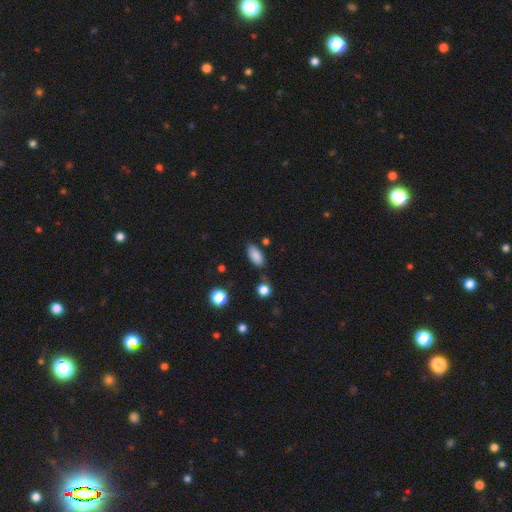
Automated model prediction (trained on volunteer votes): This is clearly a smooth galaxy (86%). How rounded: clearly in between (90%). Merging: likely none (72%).